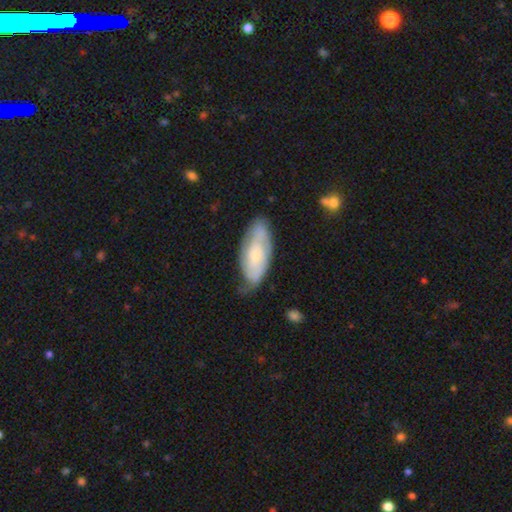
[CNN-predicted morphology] The model was most divided on "smooth or featured": featured or disk: 57%, smooth: 37%, star or artifact: 6%. More confident: edge-on disk — no (88%); bar — no (77%); spiral arms — yes (74%); bulge size — small (63%); merging — none (59%).